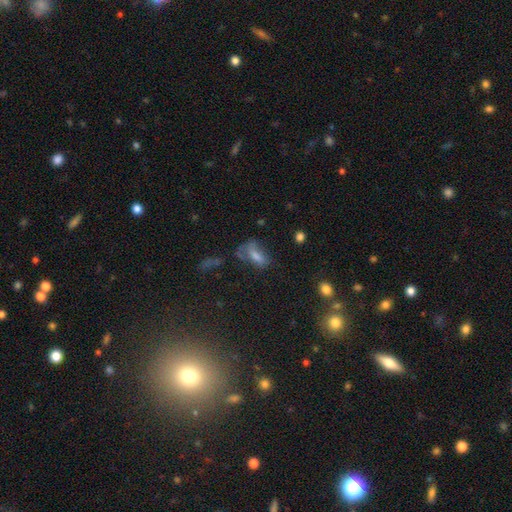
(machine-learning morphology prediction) The model was most divided on "merging": none: 39%, major disturbance: 29%, minor disturbance: 24%, merger: 8%. Remaining: smooth or featured — smooth (49%).